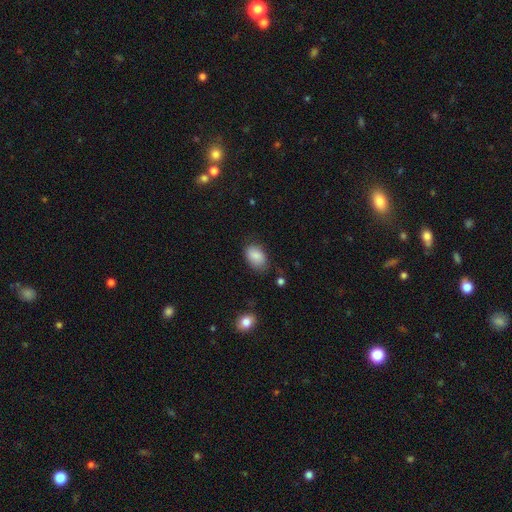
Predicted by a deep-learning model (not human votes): The model was most divided on "merging": none: 68%, minor disturbance: 24%, major disturbance: 6%, merger: 2%. More confident: how rounded — in between (88%); smooth or featured — smooth (85%).